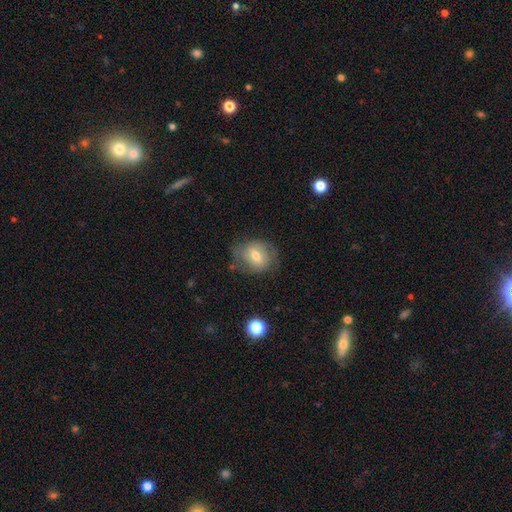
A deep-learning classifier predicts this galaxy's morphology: This appears to be a smooth galaxy with no disk features (56%) that is round (51%). Merging: none (65%).